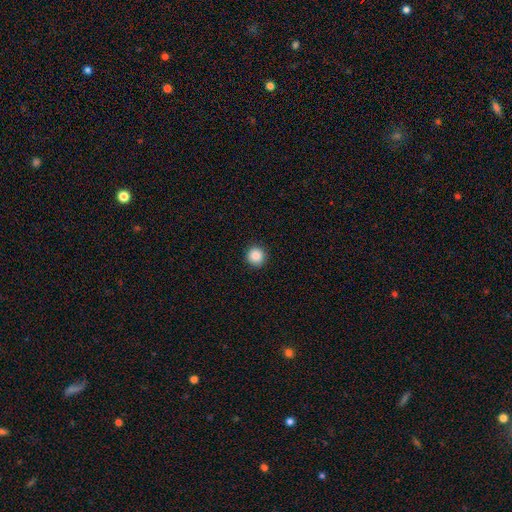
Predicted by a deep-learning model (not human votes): smooth_or_featured: smooth (p=0.88) [alt: star or artifact p=0.09]
how_rounded: round (p=0.95) [alt: in between p=0.04]
merging: none (p=0.92) [alt: minor disturbance p=0.05]